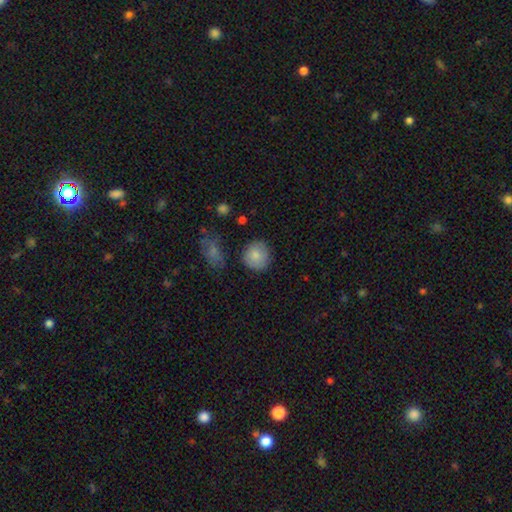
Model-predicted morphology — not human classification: A smooth galaxy with no disk features (83%) that is round (88%). Merging: none (80%).